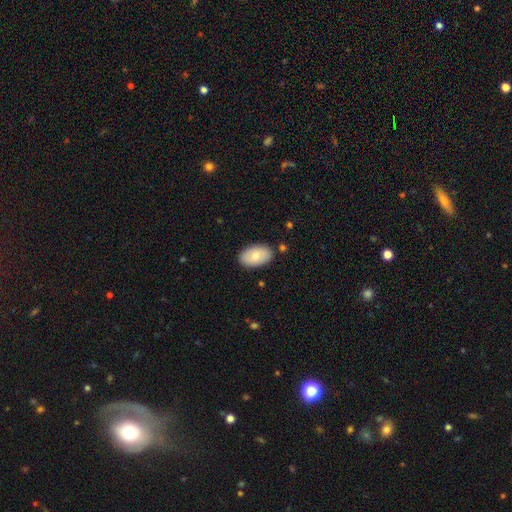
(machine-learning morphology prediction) This is likely a smooth galaxy (72%). How rounded: clearly in between (94%). Merging: clearly none (85%).